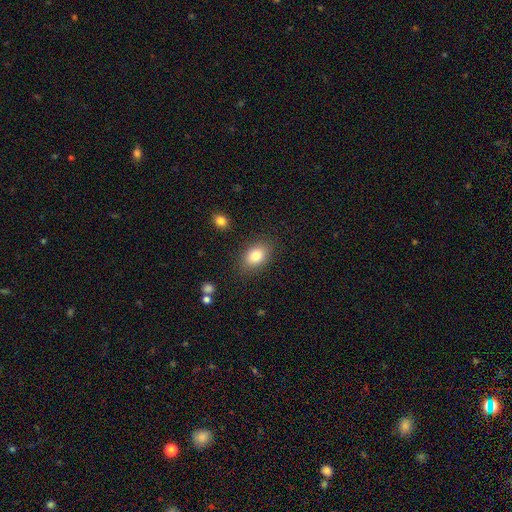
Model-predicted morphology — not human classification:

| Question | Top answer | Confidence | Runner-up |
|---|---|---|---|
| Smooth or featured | smooth | 82% | featured or disk (9%) |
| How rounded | in between | 82% | round (17%) |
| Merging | none | 85% | minor disturbance (10%) |